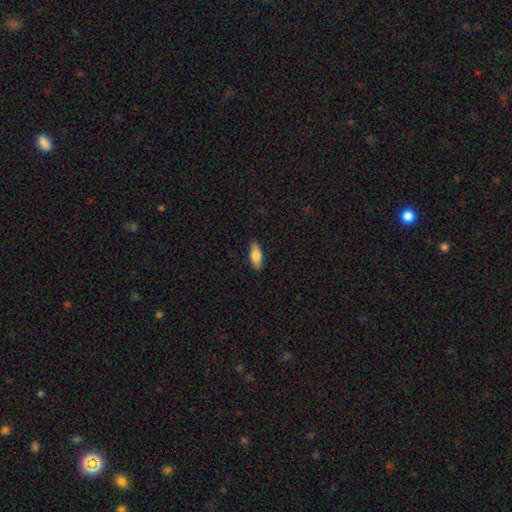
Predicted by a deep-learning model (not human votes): smooth-or-featured: smooth: 74% | featured or disk: 20% | star or artifact: 6%
  how-rounded: in between: 75% | cigar-shaped: 22% | round: 3%
  merging: none: 89% | minor disturbance: 9% | major disturbance: 2% | merger: 1%